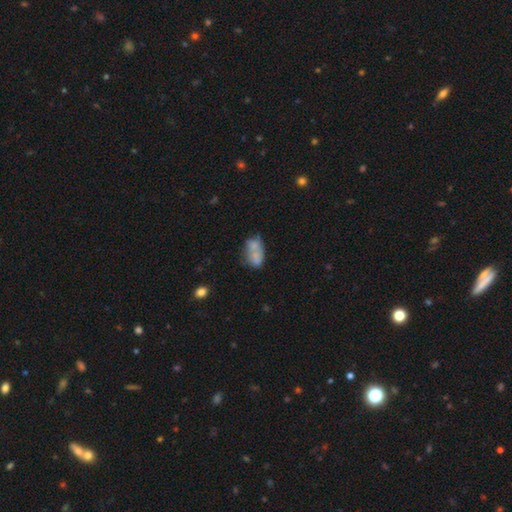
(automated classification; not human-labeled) smooth_or_featured: smooth (p=0.63) [alt: featured or disk p=0.27]
how_rounded: in between (p=0.84) [alt: round p=0.14]
merging: merger (p=0.38) [alt: none p=0.30]